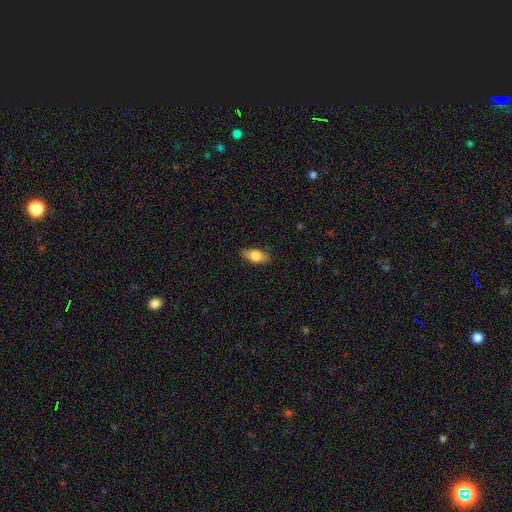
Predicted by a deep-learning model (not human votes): Morphology: type=smooth (78%); roundness=in between (86%); merging=none (83%).